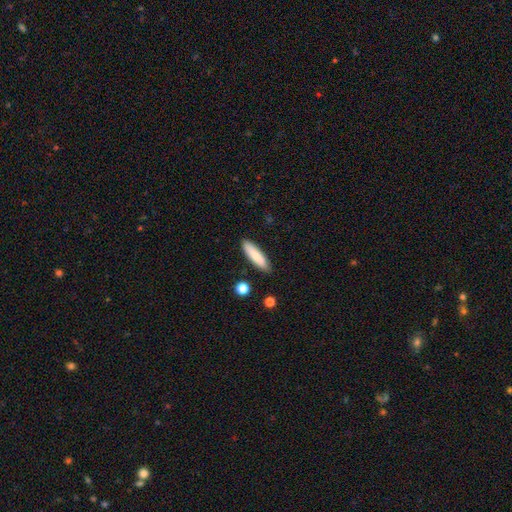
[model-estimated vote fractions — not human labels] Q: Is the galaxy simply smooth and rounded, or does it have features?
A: smooth — 82%.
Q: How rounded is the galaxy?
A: cigar-shaped — 65%.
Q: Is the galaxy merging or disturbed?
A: none — 87%.